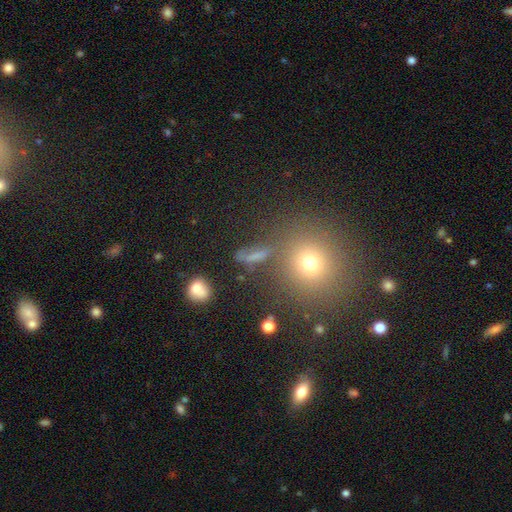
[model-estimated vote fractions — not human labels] Morphology: type=smooth (55%); roundness=cigar-shaped (35%, tied with in between); merging=none (67%).